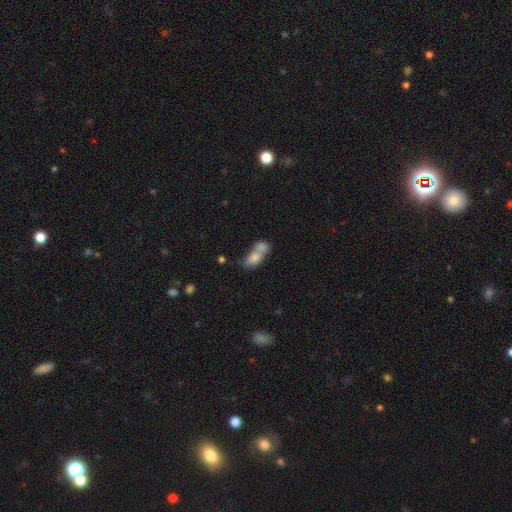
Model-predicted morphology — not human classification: Q: Smooth or featured?
A: smooth (76%); runner-up: featured or disk (16%)
Q: How rounded?
A: in between (79%); runner-up: round (16%)
Q: Merging?
A: merger (72%); runner-up: none (16%)